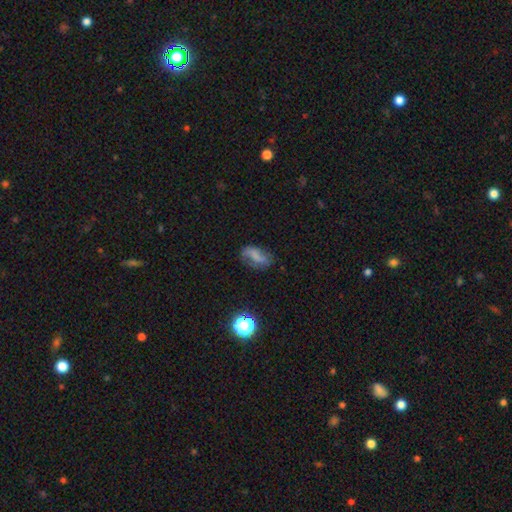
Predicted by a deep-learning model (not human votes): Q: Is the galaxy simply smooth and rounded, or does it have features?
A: smooth — 45%.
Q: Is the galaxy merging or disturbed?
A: none — 56%.